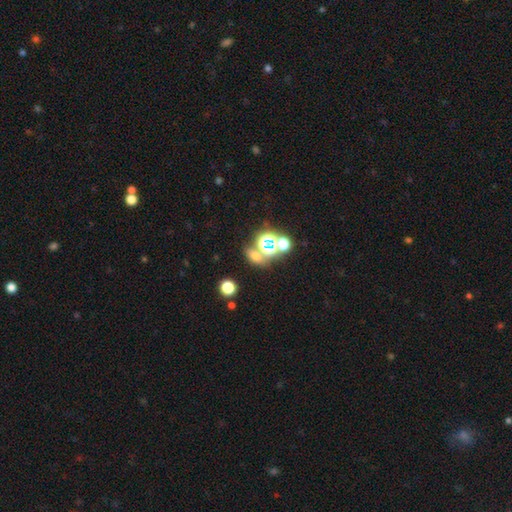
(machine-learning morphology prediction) Smooth or featured? smooth (49%)
Merging? none (58%)